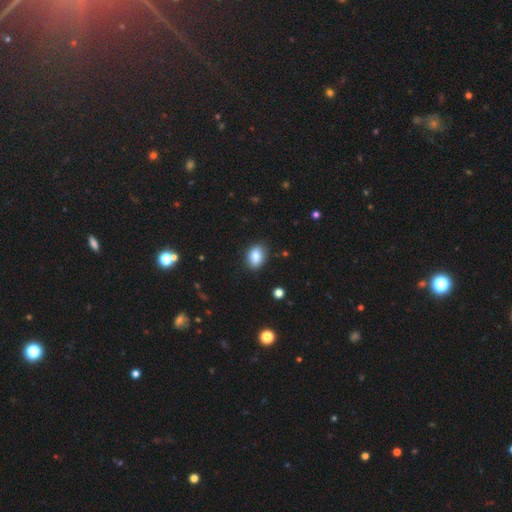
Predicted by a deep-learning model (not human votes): smooth-or-featured: smooth: 82% | featured or disk: 9% | star or artifact: 9%
  how-rounded: in between: 77% | round: 22% | cigar-shaped: 1%
  merging: none: 86% | minor disturbance: 10% | major disturbance: 2% | merger: 1%